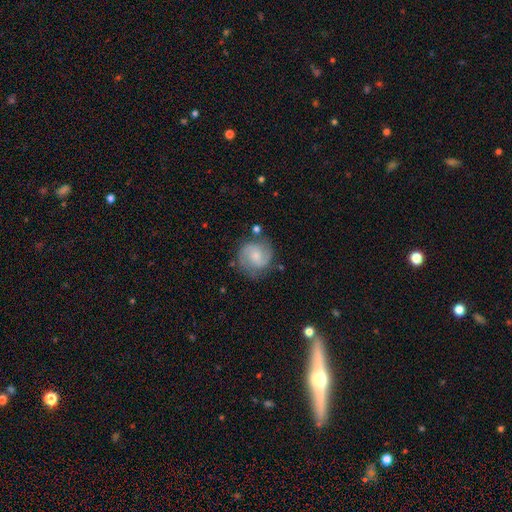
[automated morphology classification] Smooth or featured? Predicted: featured or disk (p=0.61). Edge-on disk? Predicted: no (p=0.98). Bar? Predicted: no (p=0.50). Spiral arms? Predicted: yes (p=0.91). Spiral winding? Predicted: medium (p=0.50). Spiral arm count? Predicted: 2 (p=0.84). Bulge size? Predicted: small (p=0.43). Merging? Predicted: none (p=0.72).